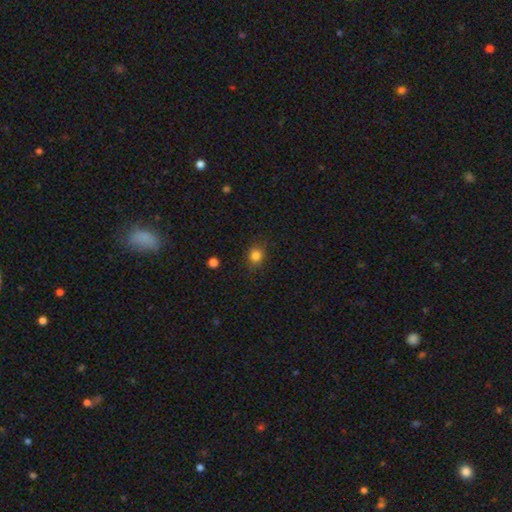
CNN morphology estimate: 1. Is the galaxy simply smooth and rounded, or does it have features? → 83% smooth, 12% star or artifact, 5% featured or disk.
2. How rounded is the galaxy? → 74% round, 25% in between, 1% cigar-shaped.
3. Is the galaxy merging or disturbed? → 84% none, 12% minor disturbance, 3% major disturbance, 1% merger.